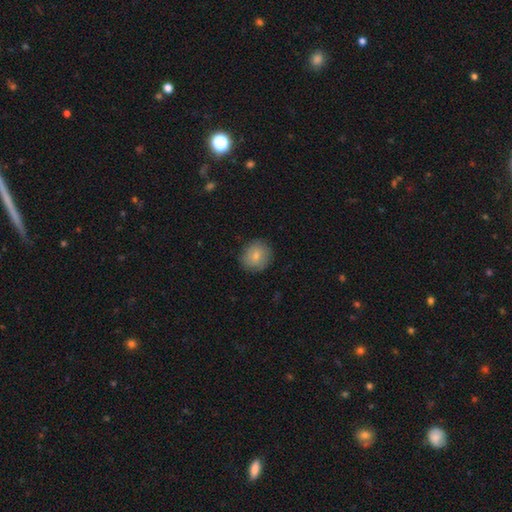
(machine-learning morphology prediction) type=smooth (78%); roundness=round (81%); merging=none (86%).